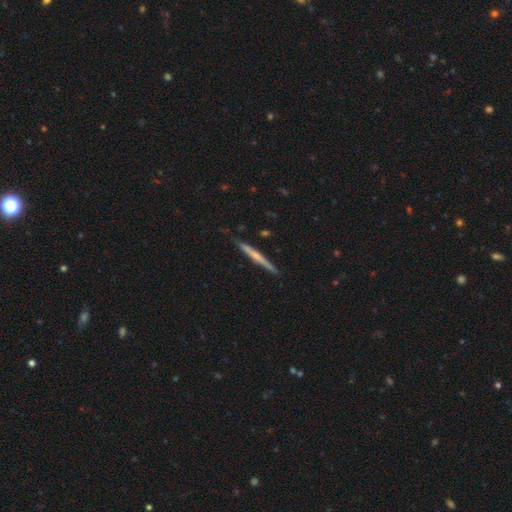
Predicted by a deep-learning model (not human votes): The model was most divided on "edge-on bulge": none: 46%, rounded: 45%, boxy: 9%. More confident: edge-on disk — yes (98%); merging — none (87%); smooth or featured — featured or disk (57%).